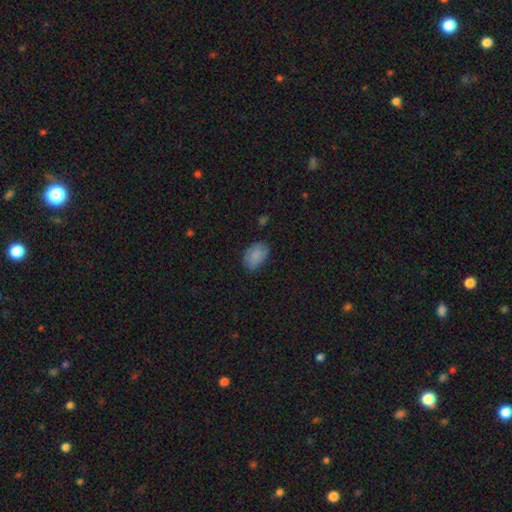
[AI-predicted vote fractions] Smooth or featured: smooth — 83% (featured or disk — 9%)
How rounded: in between — 90% (round — 9%)
Merging: none — 73% (minor disturbance — 21%)